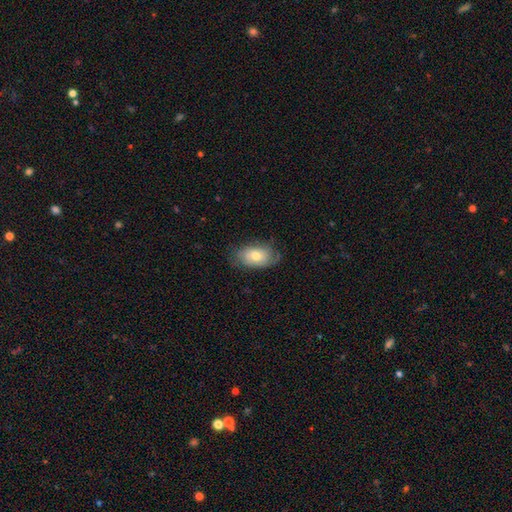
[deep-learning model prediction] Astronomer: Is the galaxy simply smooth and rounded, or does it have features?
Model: smooth — 61%.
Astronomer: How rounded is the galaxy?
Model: in between — 90%.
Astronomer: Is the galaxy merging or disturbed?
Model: none — 67%.